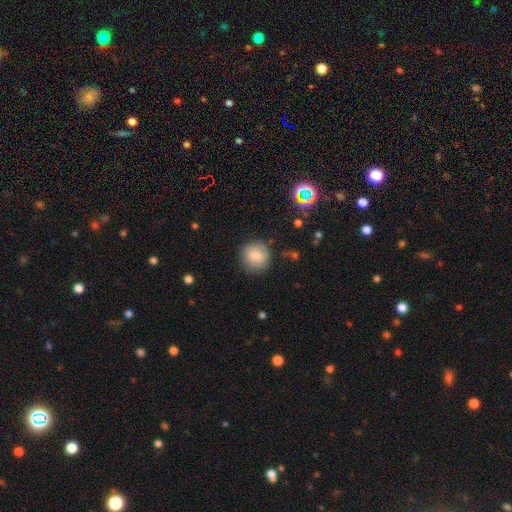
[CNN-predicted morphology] The model was most divided on "smooth or featured": smooth: 81%, star or artifact: 10%, featured or disk: 9%. More confident: how rounded — round (92%); merging — none (85%).